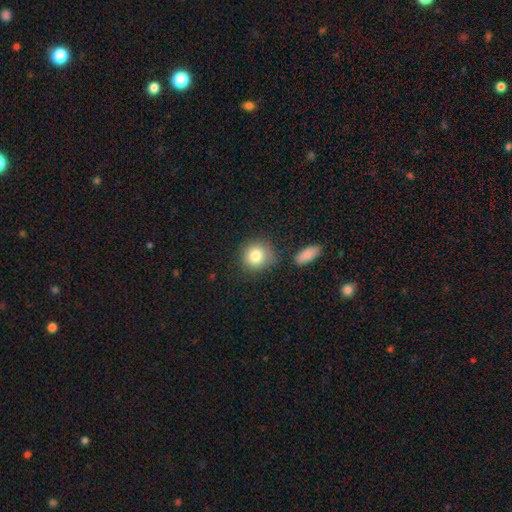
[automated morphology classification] Q: Smooth or featured?
A: smooth (83%); runner-up: star or artifact (9%)
Q: How rounded?
A: round (85%); runner-up: in between (14%)
Q: Merging?
A: none (73%); runner-up: minor disturbance (14%)